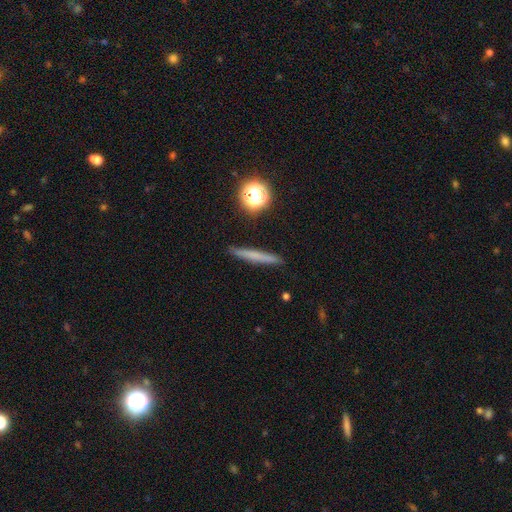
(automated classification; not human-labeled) smooth 59%, featured or disk 31%, star or artifact 10%. Down the decision tree: how rounded — cigar-shaped (92%); merging — none (90%).